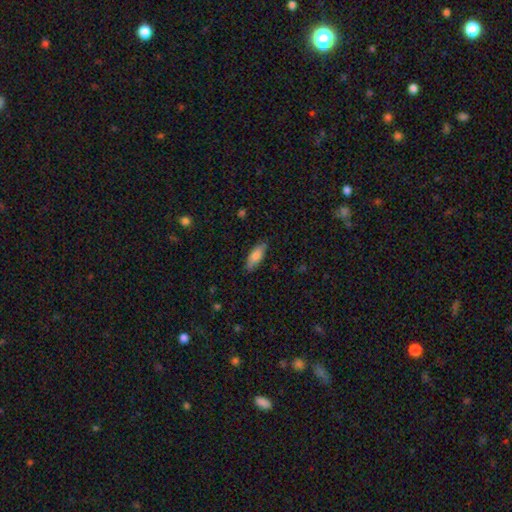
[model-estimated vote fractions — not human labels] smooth-or-featured: smooth: 75% | featured or disk: 19% | star or artifact: 6%
  how-rounded: in between: 66% | cigar-shaped: 32% | round: 2%
  merging: none: 84% | minor disturbance: 12% | major disturbance: 2% | merger: 1%